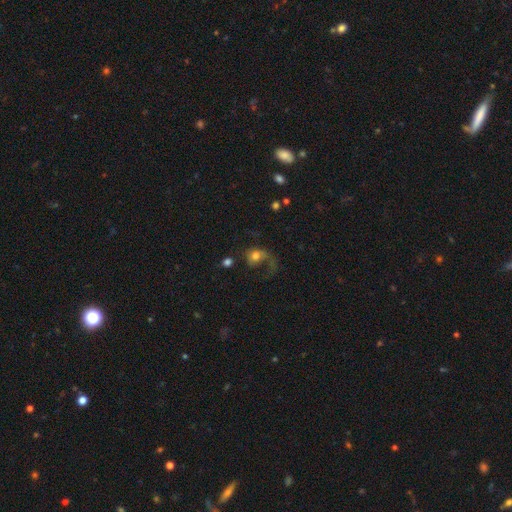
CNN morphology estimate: Smooth or featured?
  - smooth: 56% *
  - featured or disk: 33%
  - star or artifact: 11%
How rounded?
  - round: 60% *
  - in between: 39%
  - cigar-shaped: 2%
Merging?
  - major disturbance: 57% *
  - none: 23%
  - minor disturbance: 13%
  - merger: 6%